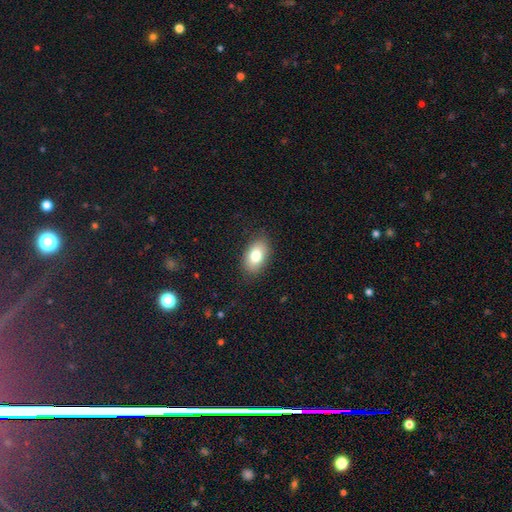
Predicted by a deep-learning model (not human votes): smooth_or_featured: smooth (p=0.79) [alt: featured or disk p=0.13]
how_rounded: in between (p=0.90) [alt: round p=0.09]
merging: none (p=0.85) [alt: minor disturbance p=0.11]